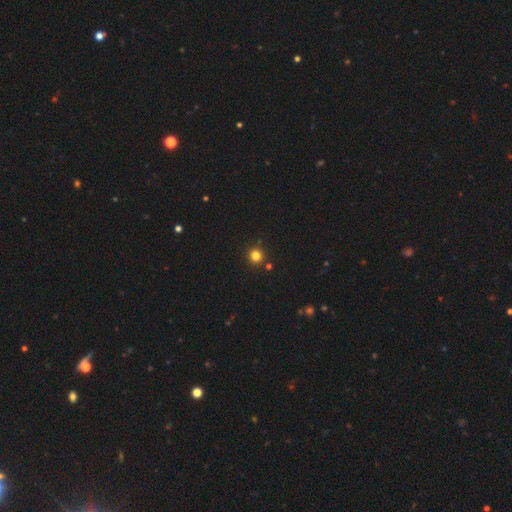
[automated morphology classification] Overall: smooth (80%). How rounded: round (95%). Merging: none (90%).